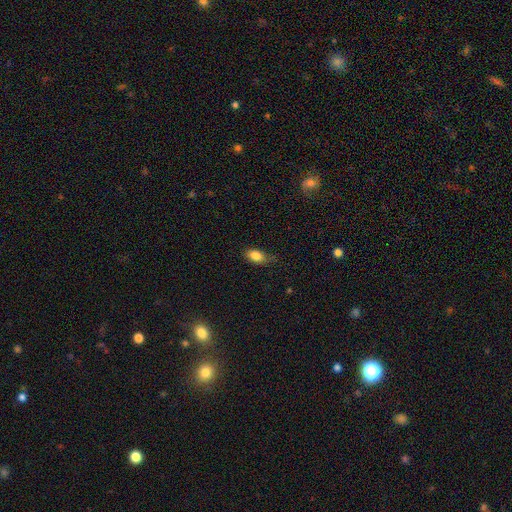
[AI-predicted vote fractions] Smooth or featured: smooth — 84% (star or artifact — 9%)
How rounded: in between — 86% (round — 10%)
Merging: none — 69% (minor disturbance — 24%)